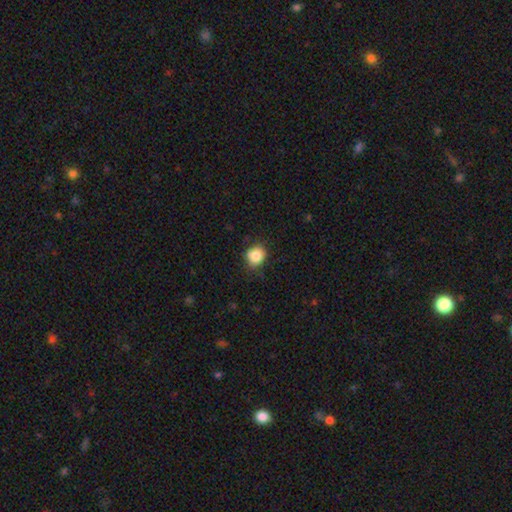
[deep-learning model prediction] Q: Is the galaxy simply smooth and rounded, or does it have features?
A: smooth — 84%.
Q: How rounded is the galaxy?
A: round — 70%.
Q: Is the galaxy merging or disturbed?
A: none — 79%.